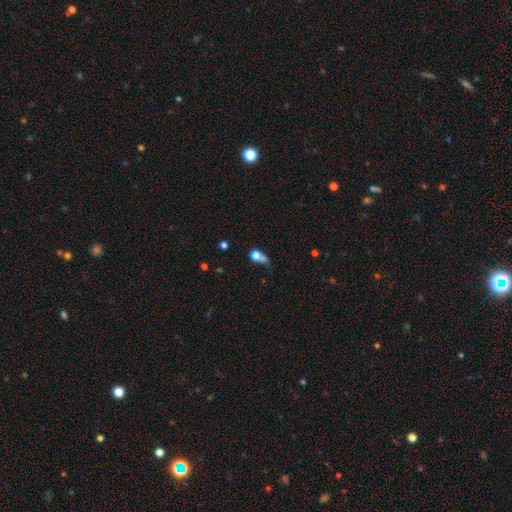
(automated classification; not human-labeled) smooth 71%, featured or disk 15%, star or artifact 14%. Down the decision tree: how rounded — round (62%); merging — merger (40%).